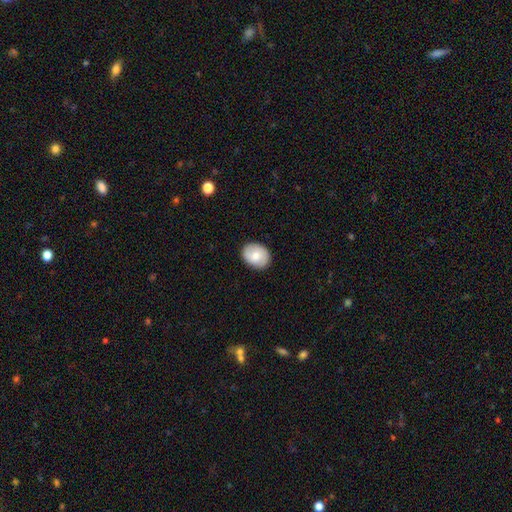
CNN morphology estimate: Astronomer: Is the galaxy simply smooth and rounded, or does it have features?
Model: smooth — 64%.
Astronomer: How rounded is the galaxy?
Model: in between — 53% (runner-up: round, 46%).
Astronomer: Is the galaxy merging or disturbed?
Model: none — 86%.